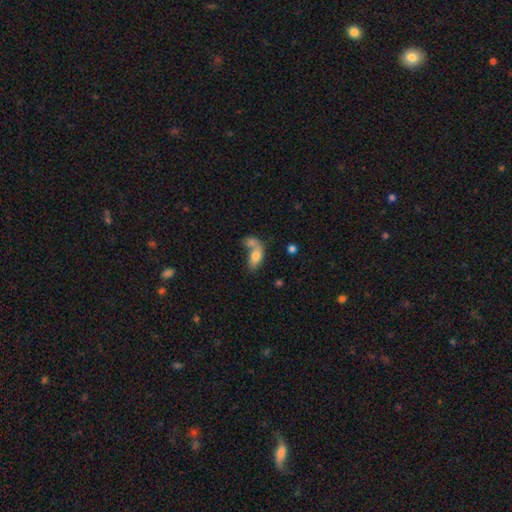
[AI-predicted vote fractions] Smooth or featured: smooth — 75% (featured or disk — 17%)
How rounded: in between — 86% (cigar-shaped — 7%)
Merging: merger — 61% (none — 23%)